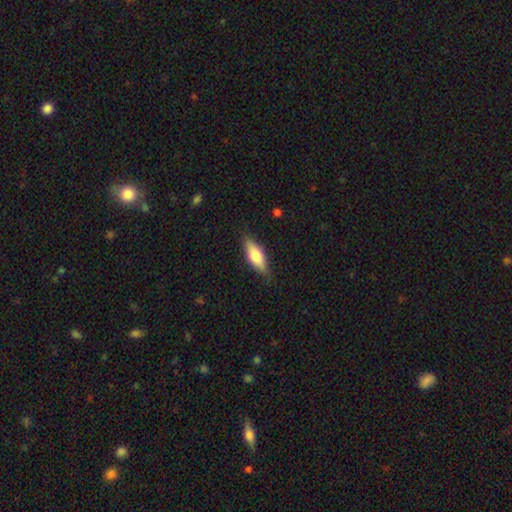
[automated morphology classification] Smooth or featured? Predicted: smooth (p=0.67). How rounded? Predicted: in between (p=0.65). Merging? Predicted: none (p=0.84).